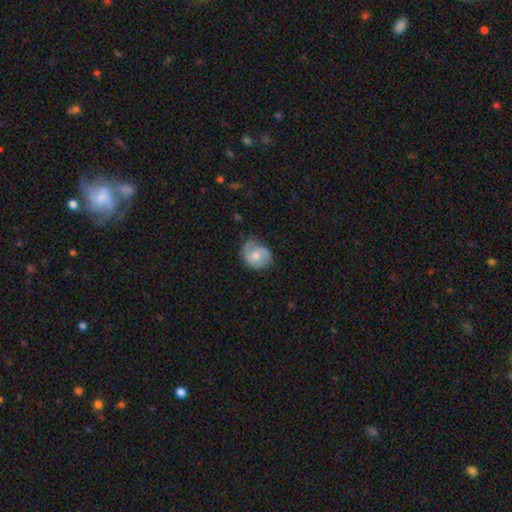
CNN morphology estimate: The model was most divided on "smooth or featured": smooth: 48%, featured or disk: 46%, star or artifact: 7%. More confident: merging — none (56%).